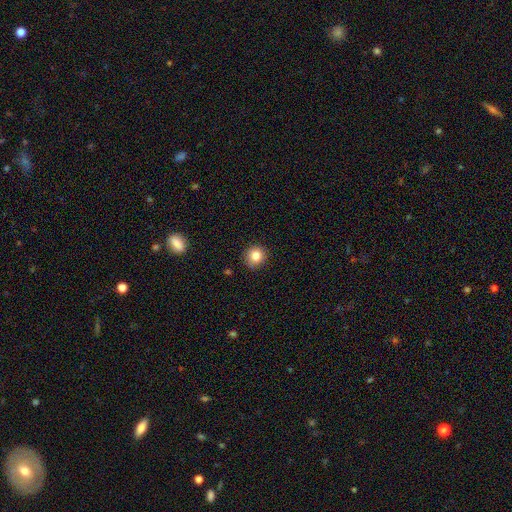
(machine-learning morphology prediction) Smooth or featured? smooth (83%)
How rounded? round (91%)
Merging? none (87%)